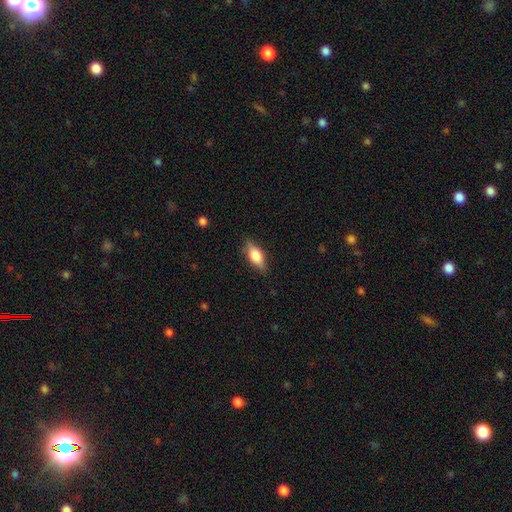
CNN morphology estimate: Smooth or featured?
  - smooth: 68% *
  - featured or disk: 25%
  - star or artifact: 7%
How rounded?
  - in between: 79% *
  - cigar-shaped: 16%
  - round: 4%
Merging?
  - none: 81% *
  - minor disturbance: 14%
  - major disturbance: 3%
  - merger: 1%